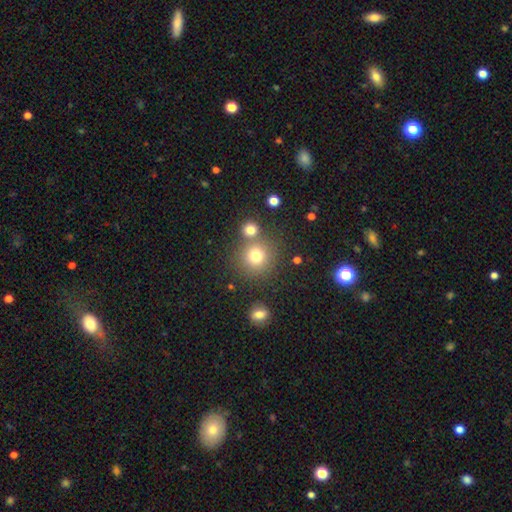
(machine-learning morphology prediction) A smooth galaxy with no disk features (76%) that is round (91%).

Vote fractions:
- Smooth or featured? smooth: 76% / star or artifact: 16% / featured or disk: 9%
- How rounded? round: 91% / in between: 8% / cigar-shaped: 1%
- Merging? none: 69% / merger: 19% / minor disturbance: 8% / major disturbance: 3%